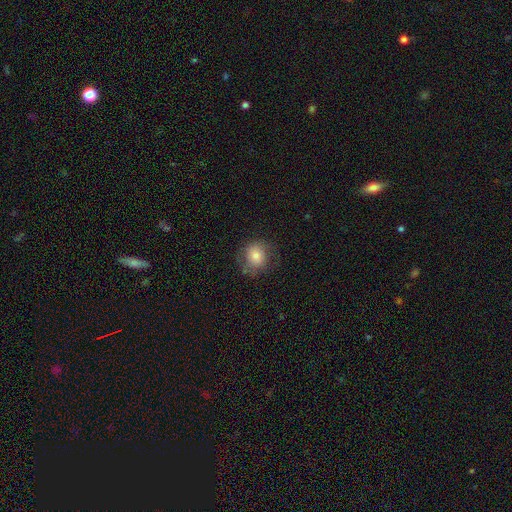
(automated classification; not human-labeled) smooth-or-featured: smooth: 74% | featured or disk: 17% | star or artifact: 9%
  how-rounded: round: 74% | in between: 25% | cigar-shaped: 1%
  merging: none: 69% | minor disturbance: 20% | major disturbance: 9% | merger: 1%